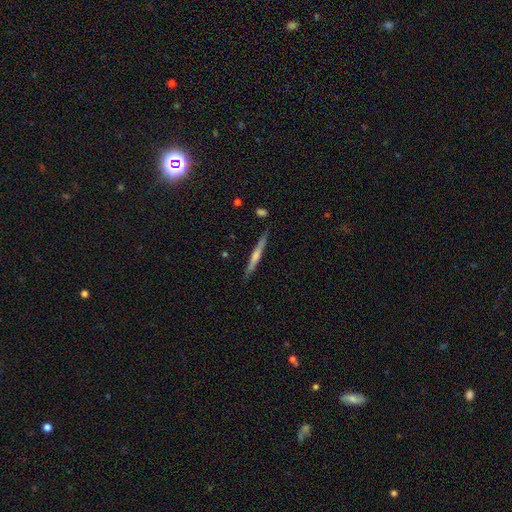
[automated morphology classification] Smooth or featured? Predicted: featured or disk (p=0.57). Edge-on disk? Predicted: yes (p=0.97). Edge-on bulge? Predicted: rounded (p=0.52). Merging? Predicted: none (p=0.88).